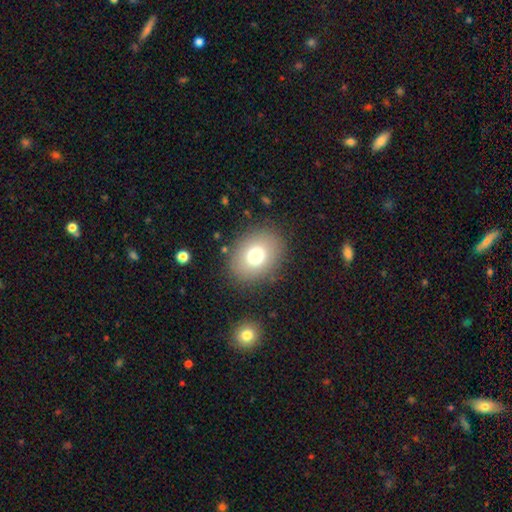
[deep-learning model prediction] smooth_or_featured: smooth (p=0.74) [alt: featured or disk p=0.14]
how_rounded: in between (p=0.51) [alt: round p=0.48]
merging: none (p=0.85) [alt: minor disturbance p=0.09]